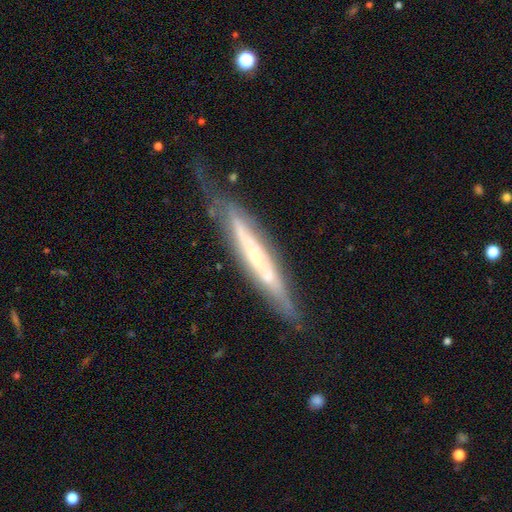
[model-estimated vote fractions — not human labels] smooth_or_featured: featured or disk (p=0.71) [alt: smooth p=0.22]
disk_edge_on: yes (p=0.75) [alt: no p=0.25]
edge_on_bulge: none (p=0.49) [alt: rounded p=0.42]
merging: none (p=0.57) [alt: minor disturbance p=0.28]